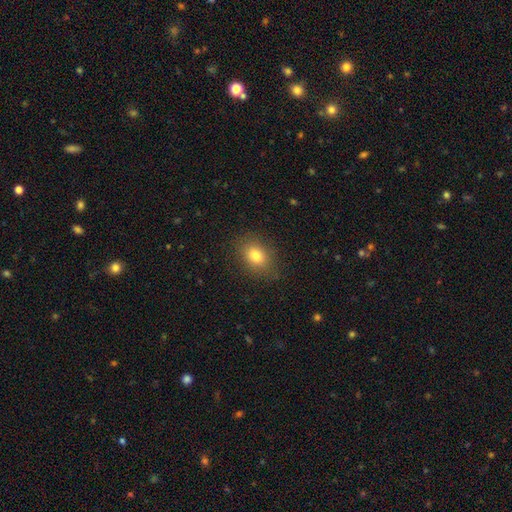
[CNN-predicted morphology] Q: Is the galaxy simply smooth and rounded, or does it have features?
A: smooth — 80%.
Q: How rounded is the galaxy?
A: in between — 67%.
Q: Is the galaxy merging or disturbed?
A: none — 84%.